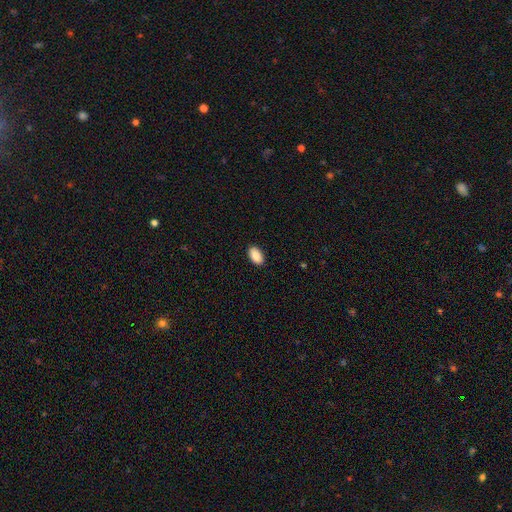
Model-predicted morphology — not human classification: Smooth or featured: smooth — 90% (star or artifact — 7%)
How rounded: in between — 95% (round — 4%)
Merging: none — 89% (minor disturbance — 8%)